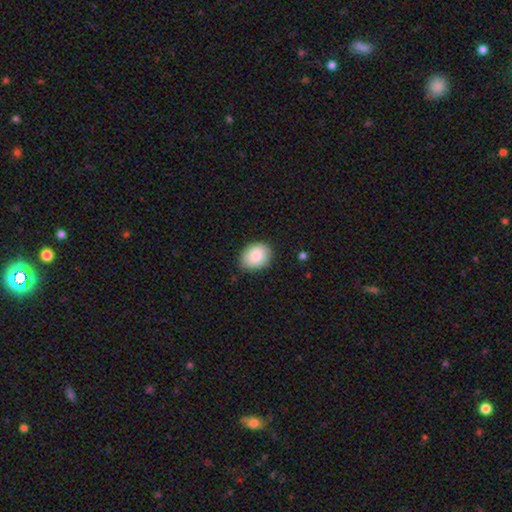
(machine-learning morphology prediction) smooth 86%, featured or disk 7%, star or artifact 7%. Down the decision tree: how rounded — in between (59%); merging — none (83%).